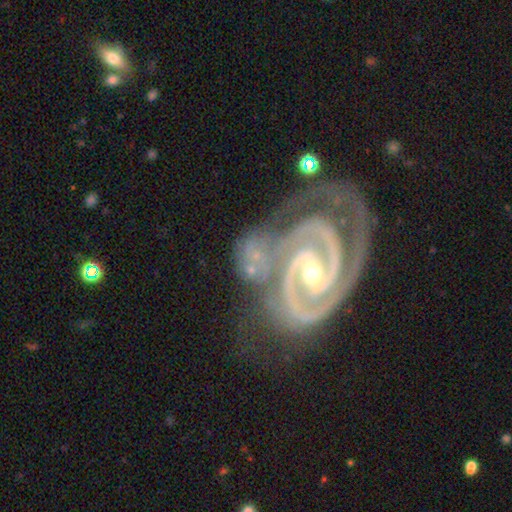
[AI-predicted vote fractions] This is clearly a featured or disk galaxy (86%). It is clearly not viewed edge-on (97%). Bar: marginally weak (36%). Spiral arm pattern: clearly yes (98%). Spiral arm count: likely 2 (78%). Spiral winding: possibly tight (56%). Central bulge: possibly small (55%). Merging: possibly none (45%).